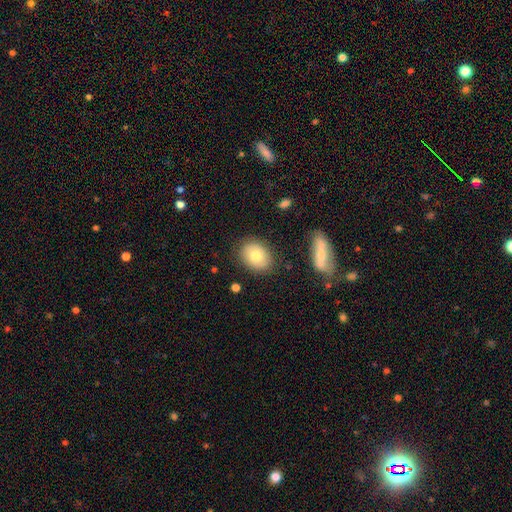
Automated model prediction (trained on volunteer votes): A smooth galaxy with no disk features (71%) that is in between round and cigar-shaped (58%).

Vote fractions:
- Smooth or featured? smooth: 71% / featured or disk: 21% / star or artifact: 8%
- How rounded? in between: 58% / round: 40% / cigar-shaped: 1%
- Merging? none: 83% / minor disturbance: 11% / major disturbance: 3% / merger: 2%